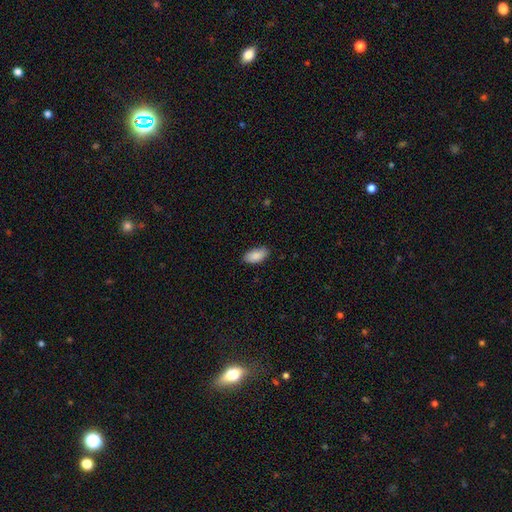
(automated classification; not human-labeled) Smooth or featured? smooth (89%)
How rounded? in between (92%)
Merging? none (86%)